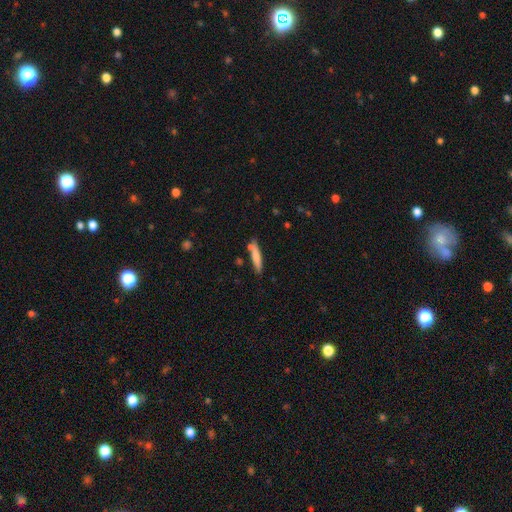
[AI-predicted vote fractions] A smooth galaxy with no disk features (76%) that is cigar-shaped (89%). Merging: none (75%).